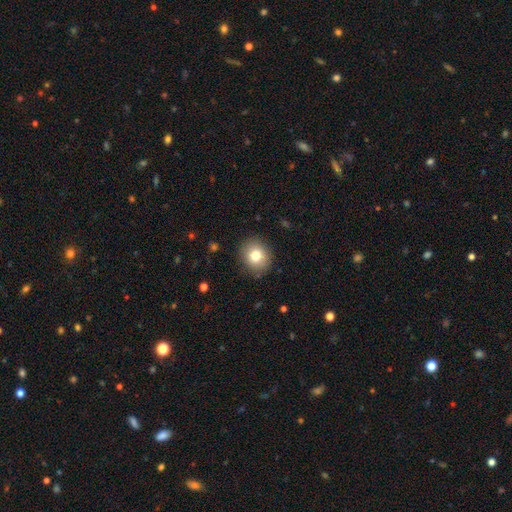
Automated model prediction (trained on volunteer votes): A smooth galaxy with no disk features (79%) that is round (77%). Merging: none (87%).